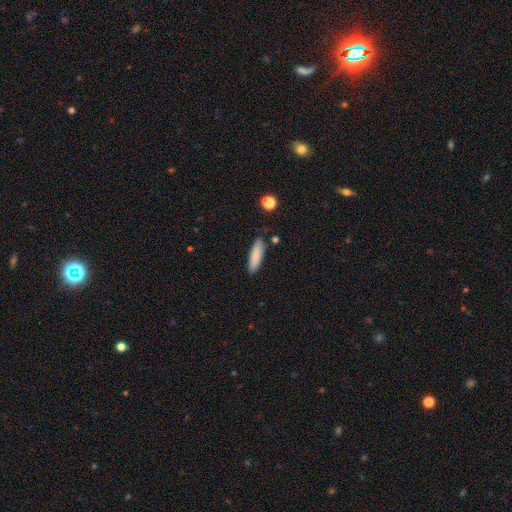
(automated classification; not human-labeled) A smooth galaxy with no disk features (84%) that is cigar-shaped (58%). Merging: none (84%).